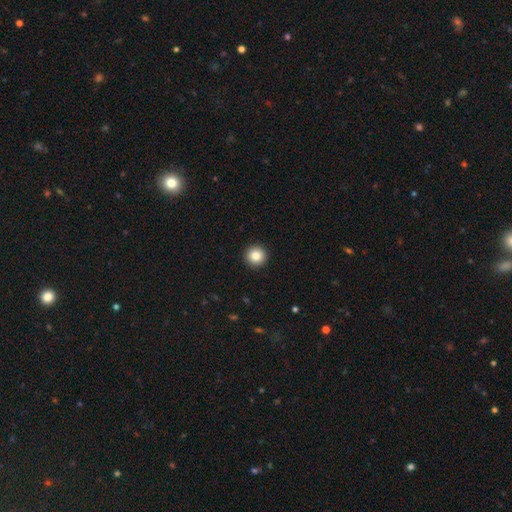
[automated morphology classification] This appears to be a smooth galaxy with no disk features (85%) that is round (96%). Merging: none (94%).